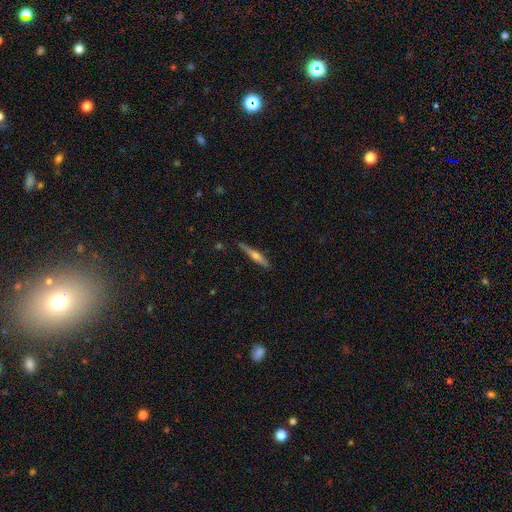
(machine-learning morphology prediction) This appears to be a featured or disk galaxy (53%) viewed edge-on (96%) with a rounded central bulge (79%). Merging: none (84%).